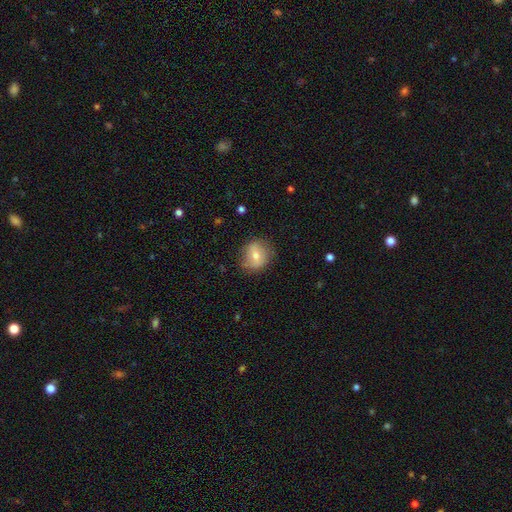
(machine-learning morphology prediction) Smooth or featured: smooth — 66% (featured or disk — 26%)
How rounded: round — 72% (in between — 27%)
Merging: none — 77% (minor disturbance — 17%)